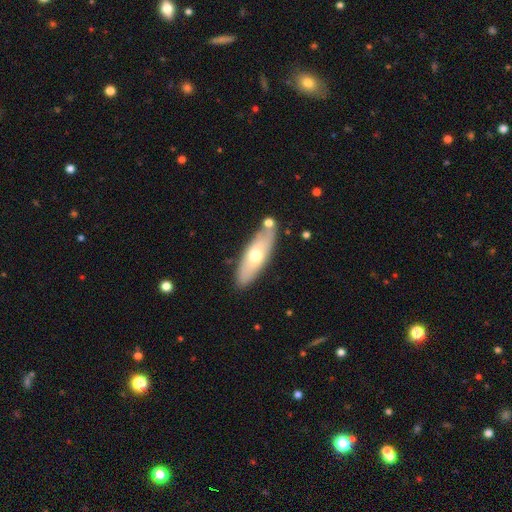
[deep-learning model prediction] Smooth or featured? smooth (54%)
How rounded? in between (53%)
Merging? none (79%)